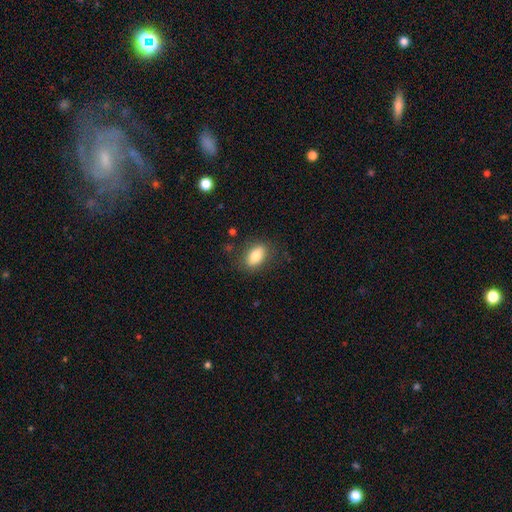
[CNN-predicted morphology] Smooth or featured? smooth (80%)
How rounded? in between (86%)
Merging? none (82%)